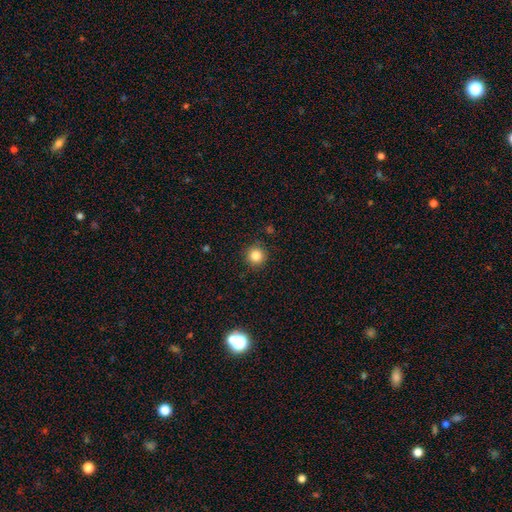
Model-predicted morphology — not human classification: smooth_or_featured: smooth (p=0.84) [alt: star or artifact p=0.11]
how_rounded: round (p=0.94) [alt: in between p=0.05]
merging: none (p=0.90) [alt: minor disturbance p=0.07]